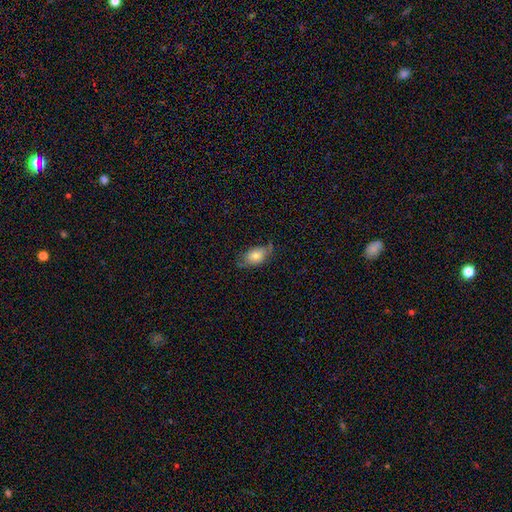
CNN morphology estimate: Q: Smooth or featured?
A: smooth (67%); runner-up: featured or disk (25%)
Q: How rounded?
A: in between (86%); runner-up: round (11%)
Q: Merging?
A: none (56%); runner-up: minor disturbance (31%)